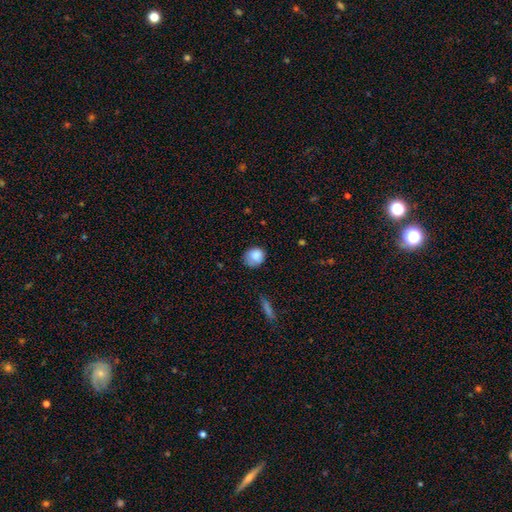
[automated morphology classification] Smooth or featured?
  - smooth: 85% *
  - star or artifact: 8%
  - featured or disk: 7%
How rounded?
  - round: 81% *
  - in between: 18%
  - cigar-shaped: 1%
Merging?
  - none: 67% *
  - minor disturbance: 25%
  - major disturbance: 6%
  - merger: 2%